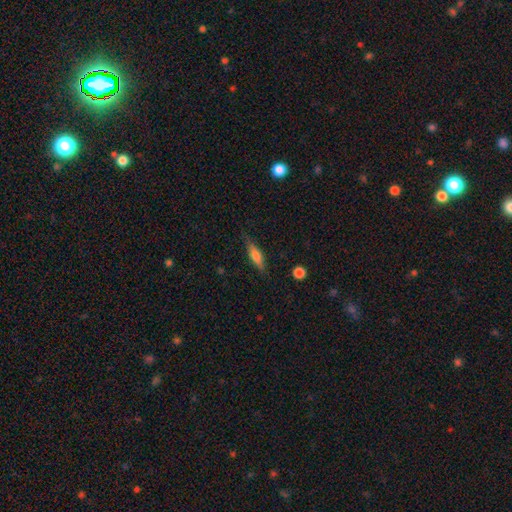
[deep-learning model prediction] Smooth or featured? smooth (62%)
How rounded? cigar-shaped (63%)
Merging? none (77%)